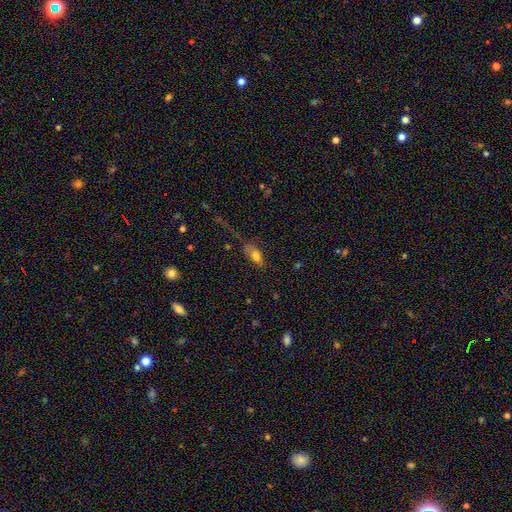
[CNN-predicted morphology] type=smooth (70%); roundness=in between (82%); merging=none (46%).